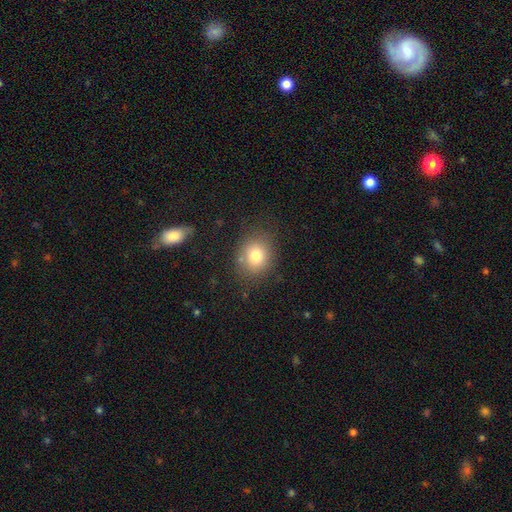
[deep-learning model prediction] Smooth or featured? smooth (78%)
How rounded? round (67%)
Merging? none (80%)